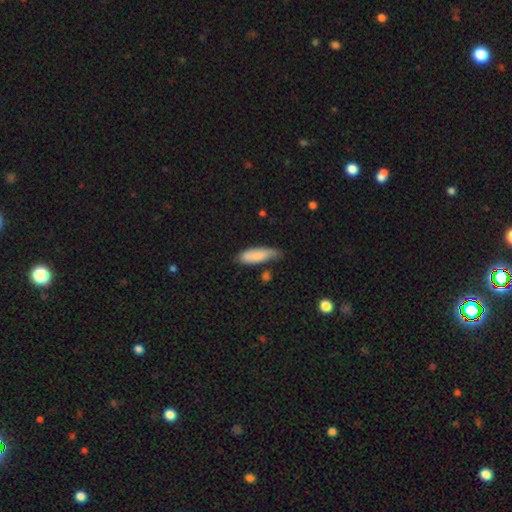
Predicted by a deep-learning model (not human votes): Smooth or featured?
  - smooth: 84% *
  - featured or disk: 11%
  - star or artifact: 6%
How rounded?
  - in between: 56% *
  - cigar-shaped: 42%
  - round: 2%
Merging?
  - none: 58% *
  - minor disturbance: 31%
  - major disturbance: 6%
  - merger: 4%